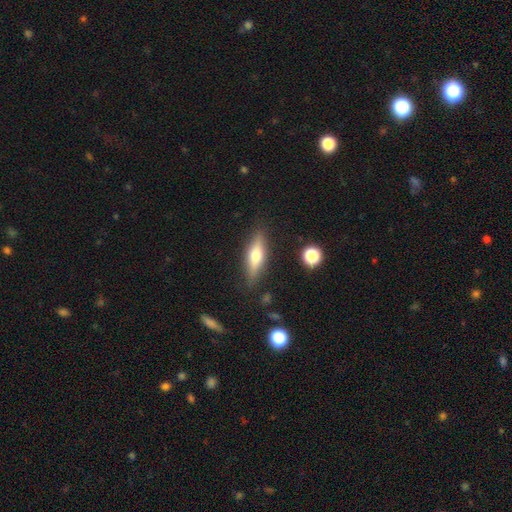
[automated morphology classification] Smooth or featured?
  - smooth: 48% *
  - featured or disk: 45%
  - star or artifact: 7%
Merging?
  - none: 85% *
  - minor disturbance: 11%
  - major disturbance: 3%
  - merger: 2%